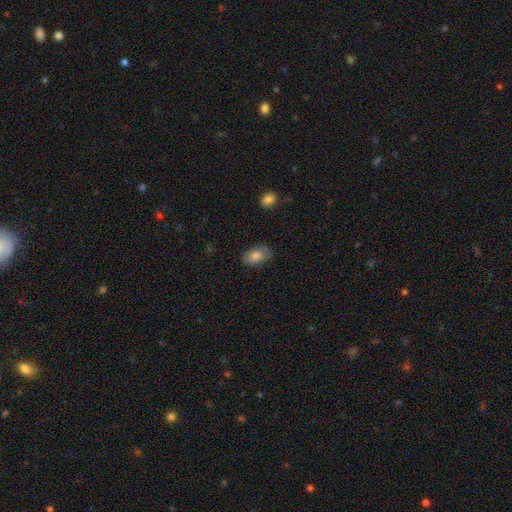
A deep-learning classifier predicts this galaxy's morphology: Q: Smooth or featured?
A: smooth (77%); runner-up: featured or disk (15%)
Q: How rounded?
A: in between (91%); runner-up: round (7%)
Q: Merging?
A: none (79%); runner-up: minor disturbance (16%)